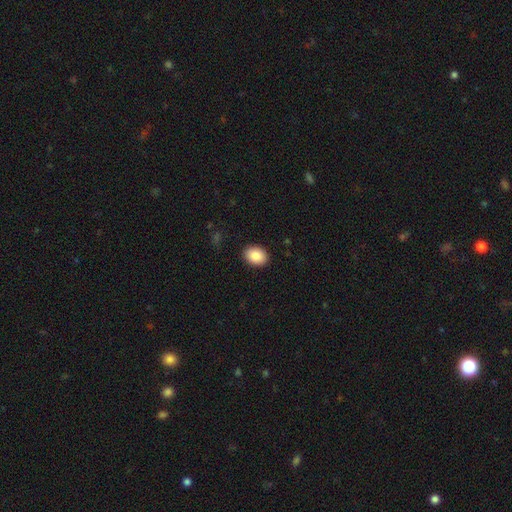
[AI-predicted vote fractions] Morphology: type=smooth (87%); roundness=in between (69%); merging=none (90%).